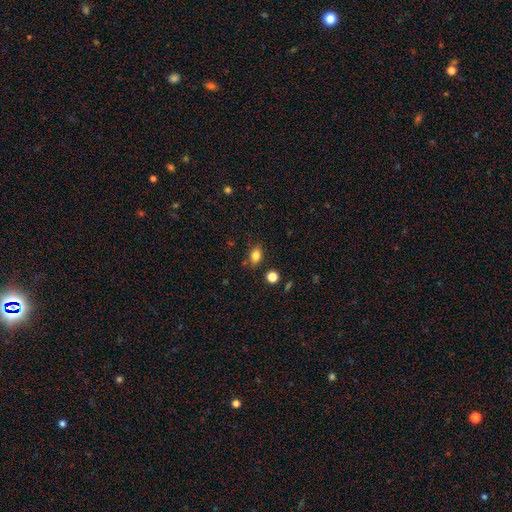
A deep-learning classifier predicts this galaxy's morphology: This appears to be a smooth galaxy with no disk features (83%) that is in between round and cigar-shaped (76%). Merging: none (78%).